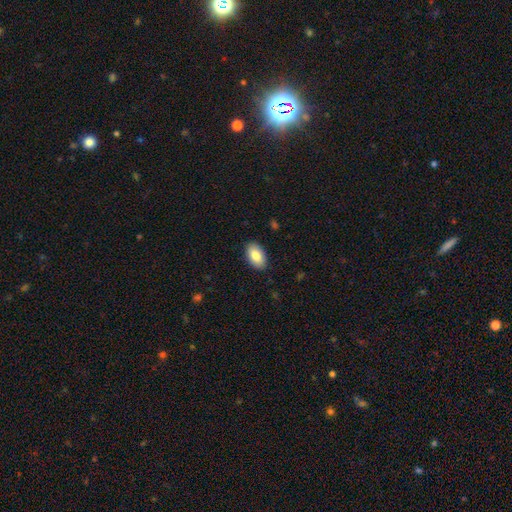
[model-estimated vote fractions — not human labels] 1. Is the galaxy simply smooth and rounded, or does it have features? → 84% smooth, 10% featured or disk, 7% star or artifact.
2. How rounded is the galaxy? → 94% in between, 5% round, 1% cigar-shaped.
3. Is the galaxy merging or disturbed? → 89% none, 9% minor disturbance, 2% major disturbance, 1% merger.